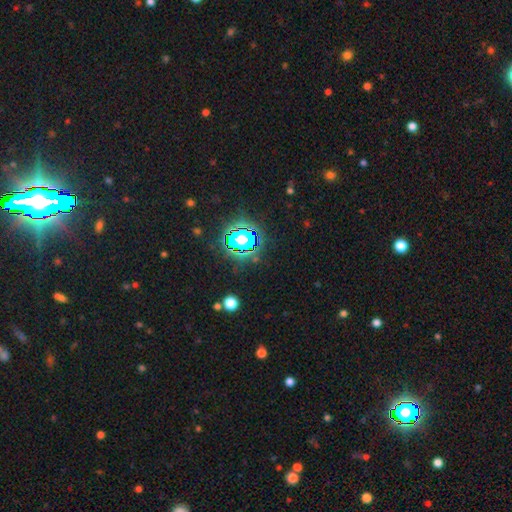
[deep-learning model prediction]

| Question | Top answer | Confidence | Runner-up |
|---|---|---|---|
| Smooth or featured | star or artifact | 84% | smooth (10%) |